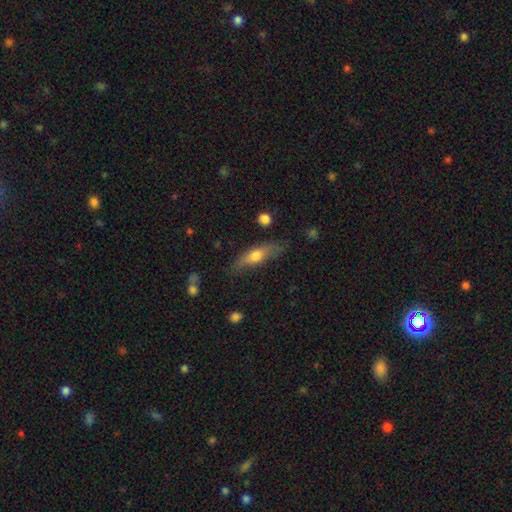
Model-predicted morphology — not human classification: A smooth galaxy with no disk features (54%) that is cigar-shaped (61%).

Vote fractions:
- Smooth or featured? smooth: 54% / featured or disk: 39% / star or artifact: 7%
- How rounded? cigar-shaped: 61% / in between: 35% / round: 4%
- Merging? none: 70% / minor disturbance: 21% / major disturbance: 6% / merger: 2%